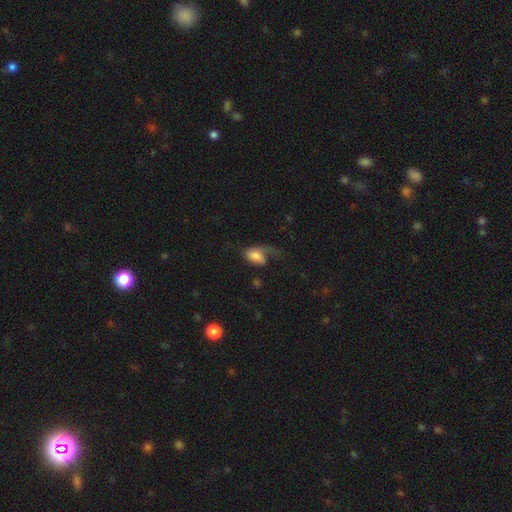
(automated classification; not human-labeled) A smooth galaxy with no disk features (60%) that is in between round and cigar-shaped (89%). Merging: major disturbance (48%).